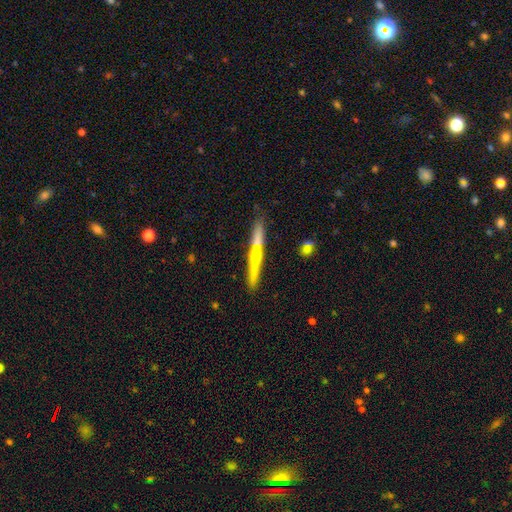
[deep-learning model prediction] smooth_or_featured: featured or disk (p=0.54) [alt: smooth p=0.40]
disk_edge_on: yes (p=0.95) [alt: no p=0.05]
edge_on_bulge: rounded (p=0.70) [alt: none p=0.25]
merging: none (p=0.74) [alt: minor disturbance p=0.12]